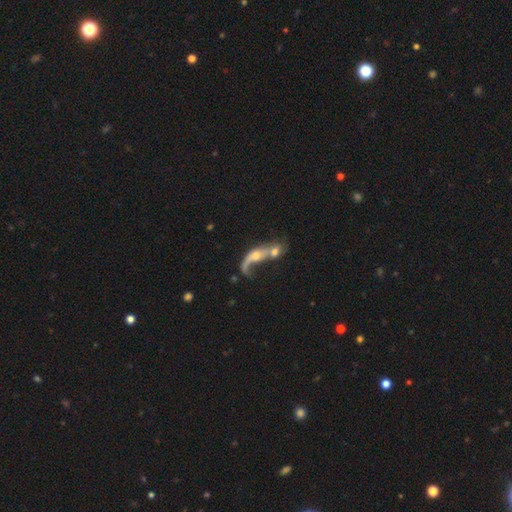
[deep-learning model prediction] smooth-or-featured: featured or disk: 59% | smooth: 32% | star or artifact: 9%
  disk-edge-on: no: 86% | yes: 14%
    bar: no: 73% | weak: 21% | strong: 6%
    has-spiral-arms: yes: 59% | no: 41%
    bulge-size: moderate: 52% | small: 29% | large: 9% | none: 7% | dominant: 2%
  merging: merger: 71% | major disturbance: 13% | none: 11% | minor disturbance: 5%